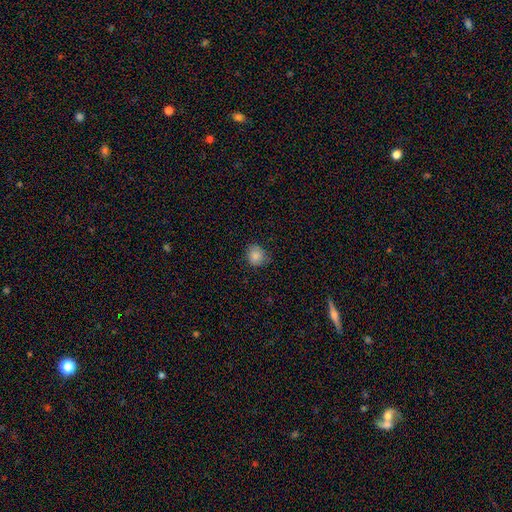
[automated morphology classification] This is clearly a smooth galaxy (85%). How rounded: clearly round (83%). Merging: likely none (78%).